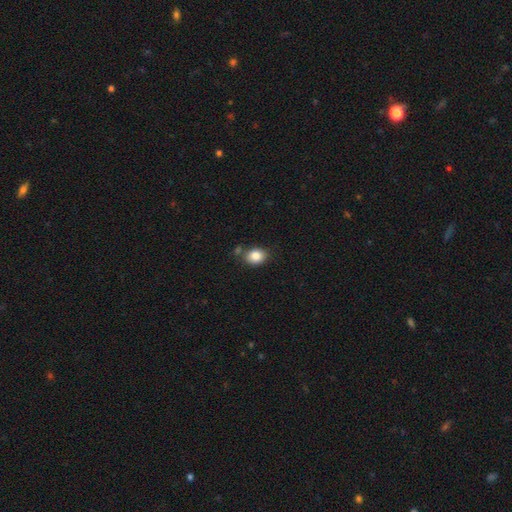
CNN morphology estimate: type=smooth (85%); roundness=in between (54%); merging=none (70%).